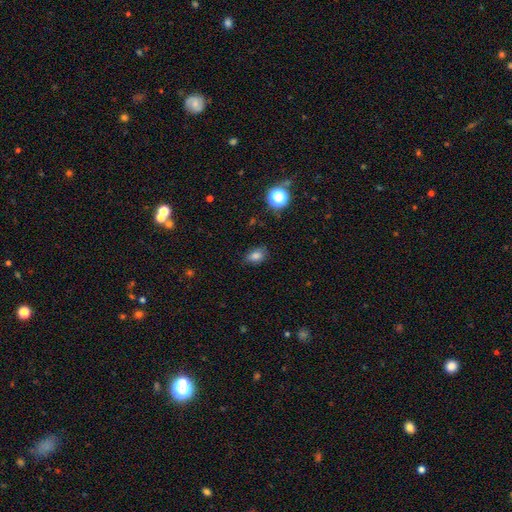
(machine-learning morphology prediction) Smooth or featured: smooth — 80% (star or artifact — 13%)
How rounded: in between — 77% (round — 21%)
Merging: none — 79% (minor disturbance — 16%)